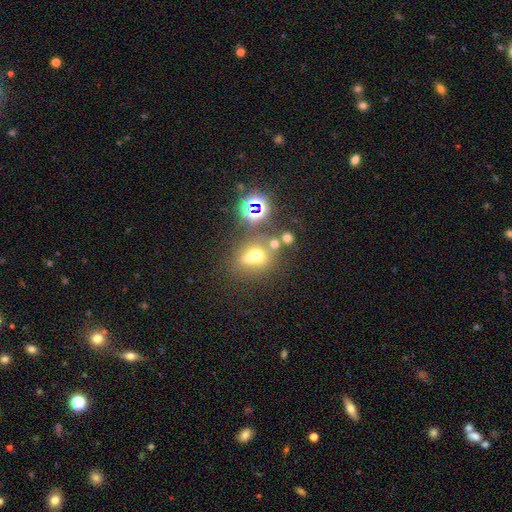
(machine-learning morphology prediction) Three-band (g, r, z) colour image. It shows a smooth galaxy with no disk features (53%) that is round (66%). Merging: merger (42%).